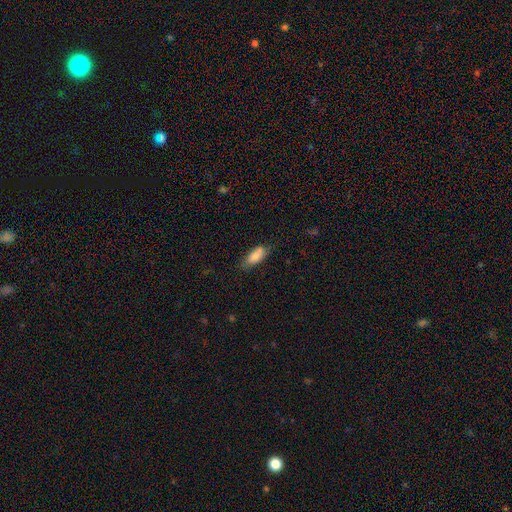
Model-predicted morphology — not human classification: Smooth or featured?
  - smooth: 82% *
  - featured or disk: 11%
  - star or artifact: 7%
How rounded?
  - in between: 81% *
  - cigar-shaped: 17%
  - round: 2%
Merging?
  - none: 68% *
  - minor disturbance: 25%
  - major disturbance: 6%
  - merger: 2%